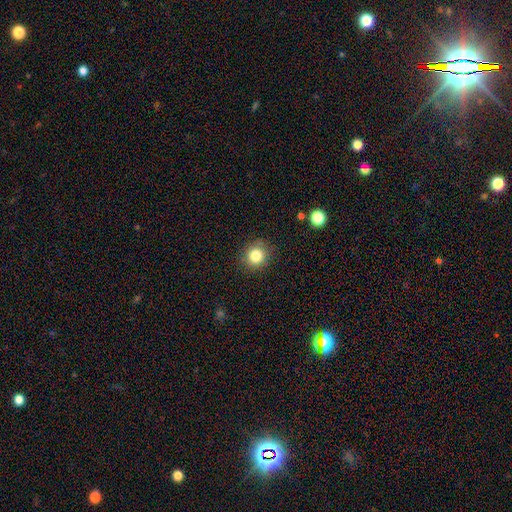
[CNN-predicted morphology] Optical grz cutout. It shows a smooth galaxy with no disk features (82%) that is round (85%). Merging: none (86%).